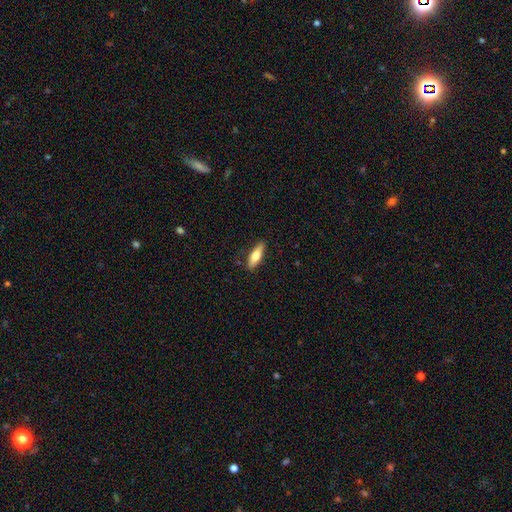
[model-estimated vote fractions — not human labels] This appears to be a smooth galaxy with no disk features (64%) that is cigar-shaped (54%). Merging: none (87%).